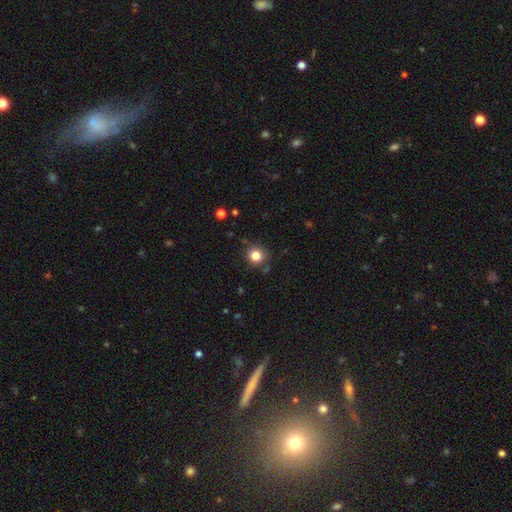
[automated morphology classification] A smooth galaxy with no disk features (82%) that is round (91%).

Vote fractions:
- Smooth or featured? smooth: 82% / star or artifact: 12% / featured or disk: 6%
- How rounded? round: 91% / in between: 8% / cigar-shaped: 1%
- Merging? none: 86% / minor disturbance: 8% / merger: 3% / major disturbance: 3%